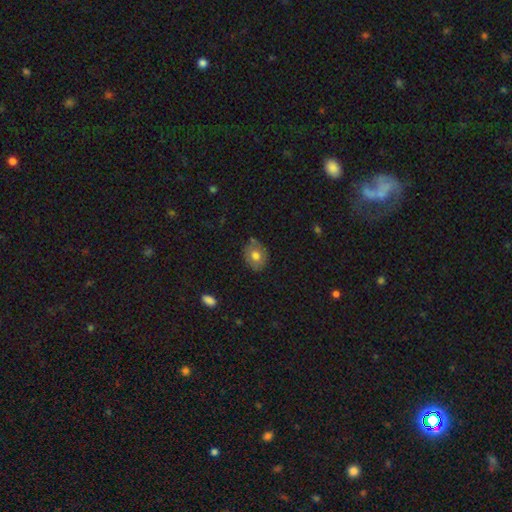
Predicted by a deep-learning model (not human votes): The model was most divided on "how rounded": round: 53%, in between: 46%, cigar-shaped: 1%. More confident: merging — none (75%); smooth or featured — smooth (70%).